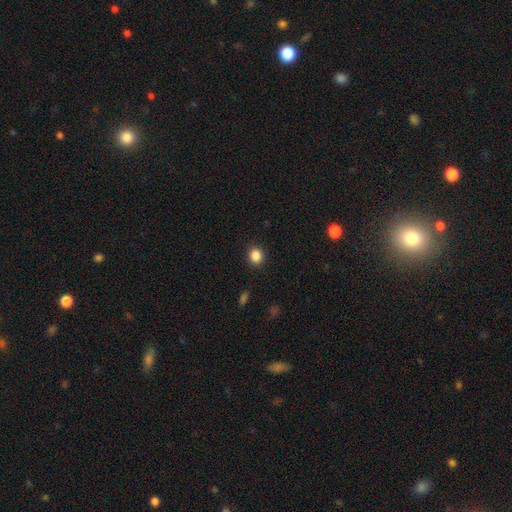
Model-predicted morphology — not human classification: A smooth galaxy with no disk features (86%) that is round (81%).

Vote fractions:
- Smooth or featured? smooth: 86% / star or artifact: 11% / featured or disk: 4%
- How rounded? round: 81% / in between: 18% / cigar-shaped: 1%
- Merging? none: 90% / minor disturbance: 6% / major disturbance: 2% / merger: 1%